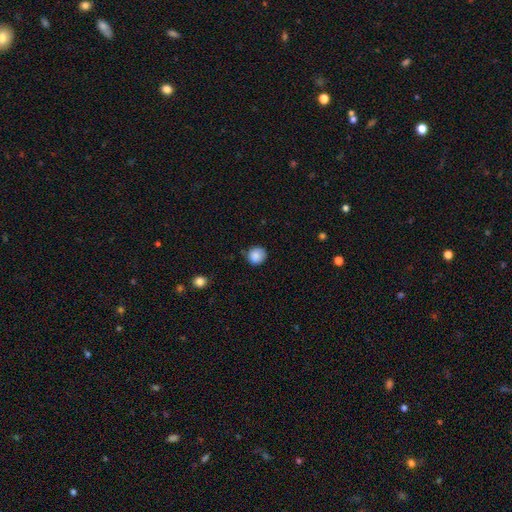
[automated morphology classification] This is clearly a smooth galaxy (87%). How rounded: clearly round (89%). Merging: likely none (79%).